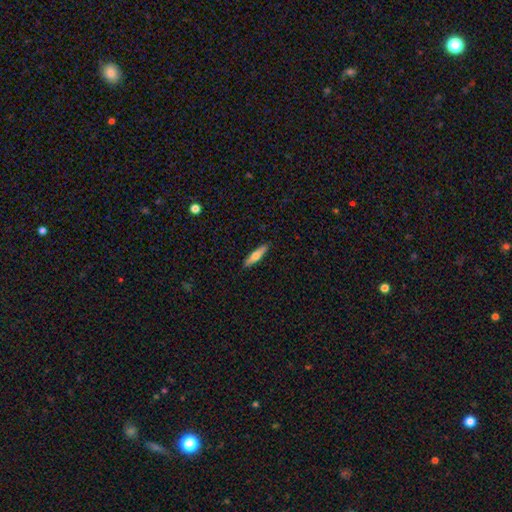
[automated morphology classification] This is possibly a smooth galaxy (60%). How rounded: likely cigar-shaped (77%). Merging: clearly none (90%).